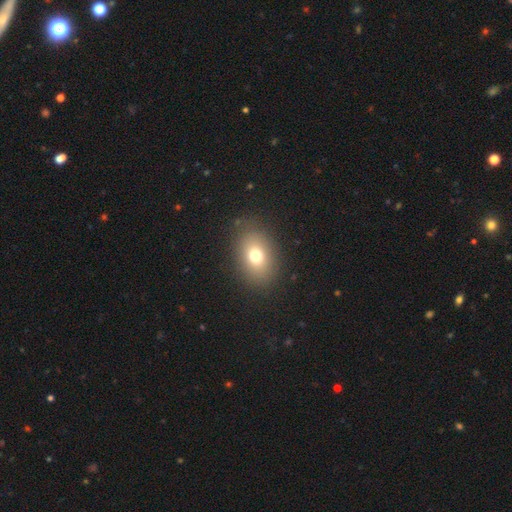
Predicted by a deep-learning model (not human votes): This is likely a smooth galaxy (73%). How rounded: likely in between (73%). Merging: clearly none (85%).